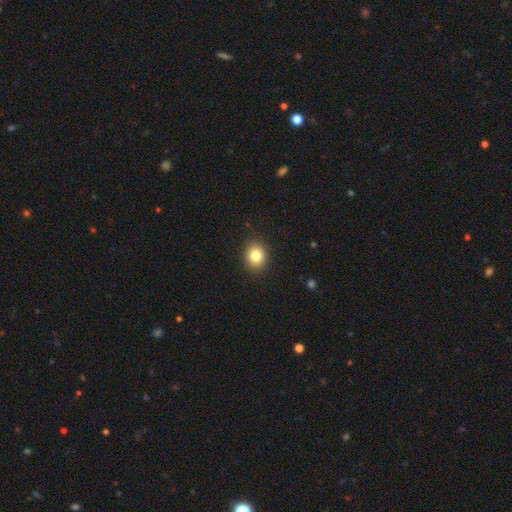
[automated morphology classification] smooth-or-featured: smooth: 82% | star or artifact: 10% | featured or disk: 8%
  how-rounded: round: 65% | in between: 34% | cigar-shaped: 1%
  merging: none: 90% | minor disturbance: 7% | major disturbance: 2% | merger: 1%